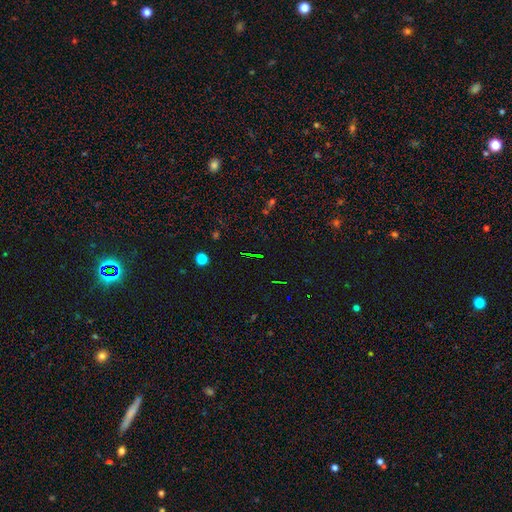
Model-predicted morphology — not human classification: Q: Smooth or featured?
A: star or artifact (75%); runner-up: smooth (13%)